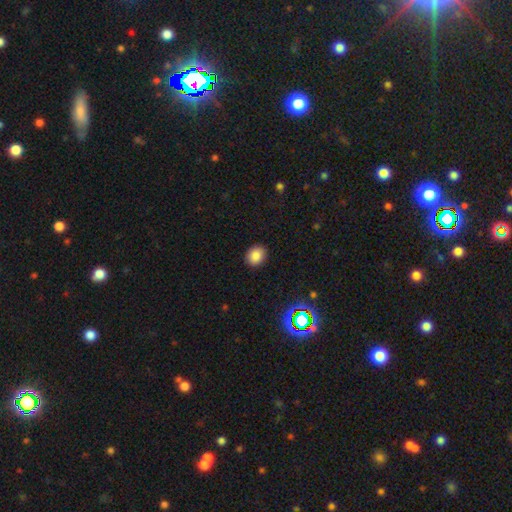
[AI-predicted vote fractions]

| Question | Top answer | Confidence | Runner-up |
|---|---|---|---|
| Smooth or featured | smooth | 84% | star or artifact (12%) |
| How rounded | round | 60% | in between (39%) |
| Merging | none | 89% | minor disturbance (8%) |